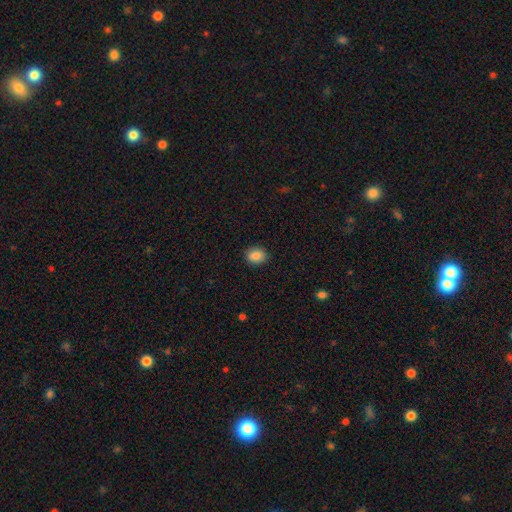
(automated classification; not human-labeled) The model was most divided on "how rounded": round: 59%, in between: 40%, cigar-shaped: 1%. More confident: merging — none (90%); smooth or featured — smooth (86%).